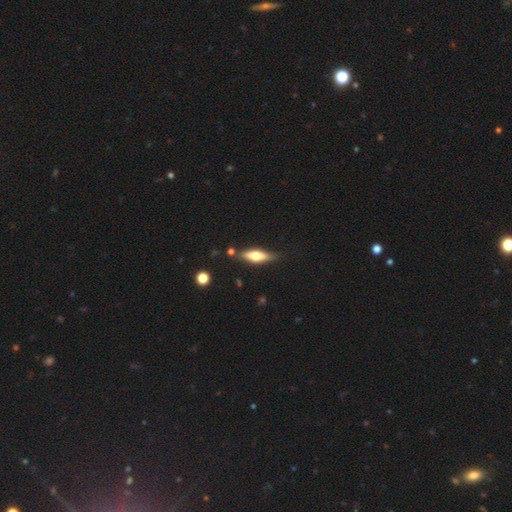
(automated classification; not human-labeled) smooth-or-featured: featured or disk: 49% | smooth: 45% | star or artifact: 6%
  merging: none: 78% | minor disturbance: 14% | merger: 4% | major disturbance: 3%